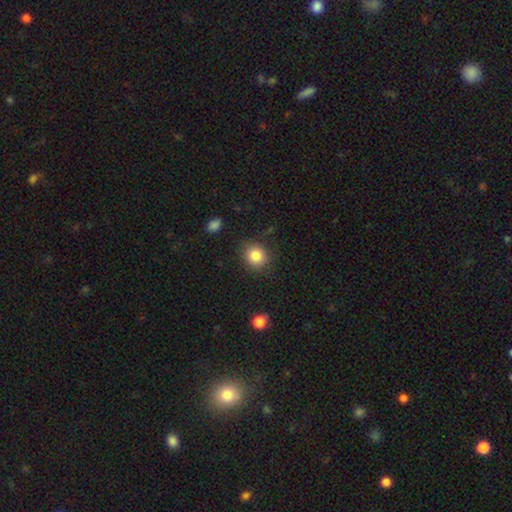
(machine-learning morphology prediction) Smooth or featured: smooth — 85% (star or artifact — 10%)
How rounded: round — 81% (in between — 18%)
Merging: none — 85% (minor disturbance — 10%)